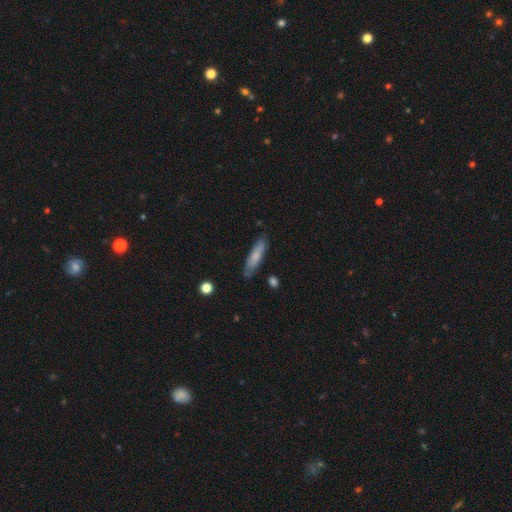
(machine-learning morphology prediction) Smooth or featured? Predicted: smooth (p=0.68). How rounded? Predicted: cigar-shaped (p=0.75). Merging? Predicted: none (p=0.76).